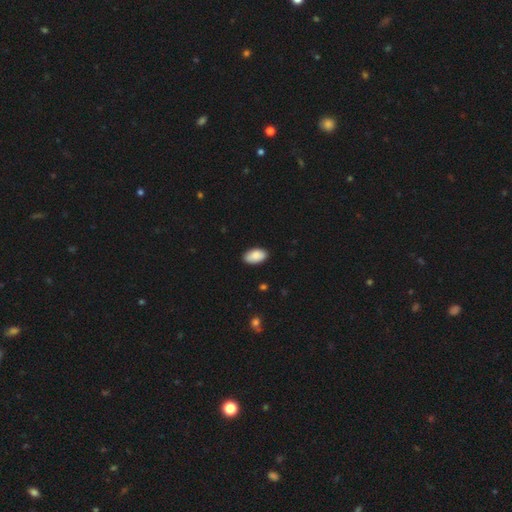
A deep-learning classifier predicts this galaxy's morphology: This is clearly a smooth galaxy (89%). How rounded: clearly in between (95%). Merging: clearly none (88%).